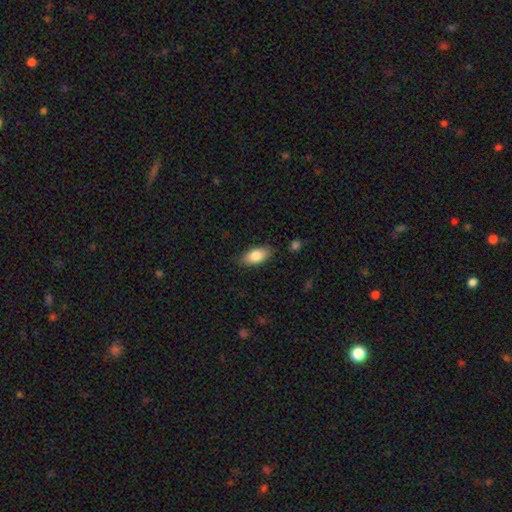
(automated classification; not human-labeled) Smooth or featured?
  - smooth: 83% *
  - featured or disk: 10%
  - star or artifact: 7%
How rounded?
  - in between: 90% *
  - cigar-shaped: 7%
  - round: 3%
Merging?
  - none: 85% *
  - minor disturbance: 11%
  - major disturbance: 2%
  - merger: 1%